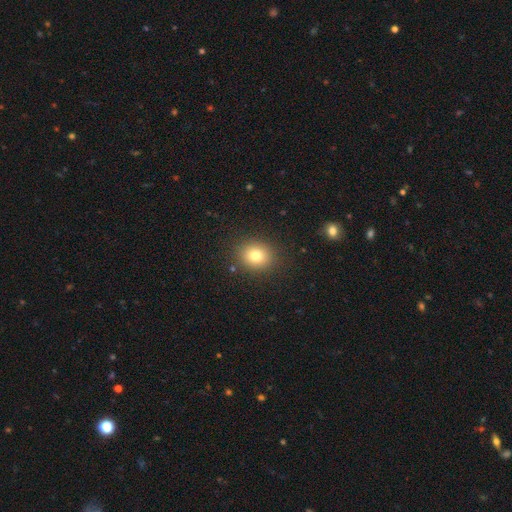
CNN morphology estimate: smooth_or_featured: smooth (p=0.78) [alt: star or artifact p=0.12]
how_rounded: round (p=0.70) [alt: in between p=0.29]
merging: none (p=0.88) [alt: minor disturbance p=0.08]